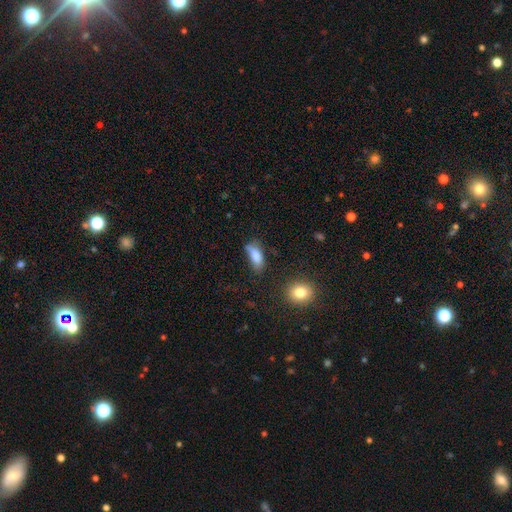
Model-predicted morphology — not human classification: This appears to be a smooth galaxy with no disk features (81%) that is in between round and cigar-shaped (78%). Merging: none (46%).